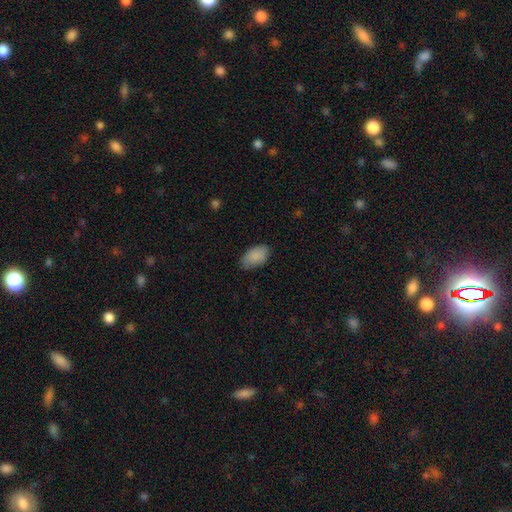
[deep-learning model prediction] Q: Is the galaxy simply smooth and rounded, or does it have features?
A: smooth — 88%.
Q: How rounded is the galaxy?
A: in between — 94%.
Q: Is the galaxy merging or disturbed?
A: none — 77%.